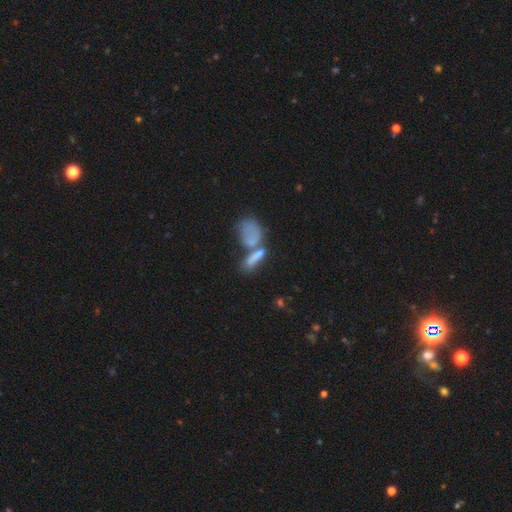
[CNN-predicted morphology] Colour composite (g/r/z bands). It shows a smooth galaxy with no disk features (66%) that is in between round and cigar-shaped (60%). Merging: merger (50%).